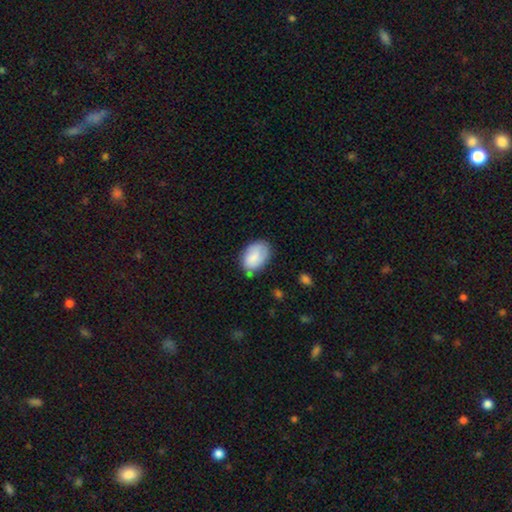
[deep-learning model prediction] A smooth galaxy with no disk features (80%) that is in between round and cigar-shaped (87%).

Vote fractions:
- Smooth or featured? smooth: 80% / featured or disk: 13% / star or artifact: 6%
- How rounded? in between: 87% / round: 11% / cigar-shaped: 1%
- Merging? none: 61% / minor disturbance: 29% / major disturbance: 6% / merger: 4%